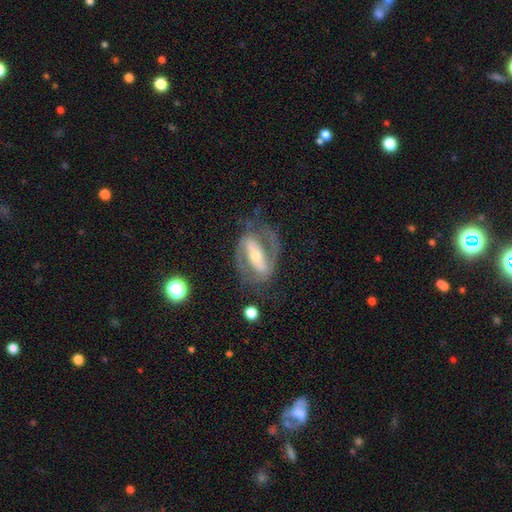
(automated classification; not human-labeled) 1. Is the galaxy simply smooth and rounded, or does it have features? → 86% featured or disk, 8% smooth, 5% star or artifact.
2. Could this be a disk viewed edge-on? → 94% no, 6% yes.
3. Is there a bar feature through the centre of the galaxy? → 68% strong, 20% weak, 12% no.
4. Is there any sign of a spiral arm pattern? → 89% yes, 11% no.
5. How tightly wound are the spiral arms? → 51% medium, 32% tight, 17% loose.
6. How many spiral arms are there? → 88% 2, 6% can't tell, 3% 1, 1% 3, 1% 4, 1% more than 4.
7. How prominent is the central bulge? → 51% small, 42% moderate, 4% large, 1% none, 1% dominant.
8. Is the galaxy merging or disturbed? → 69% none, 16% minor disturbance, 13% major disturbance, 2% merger.